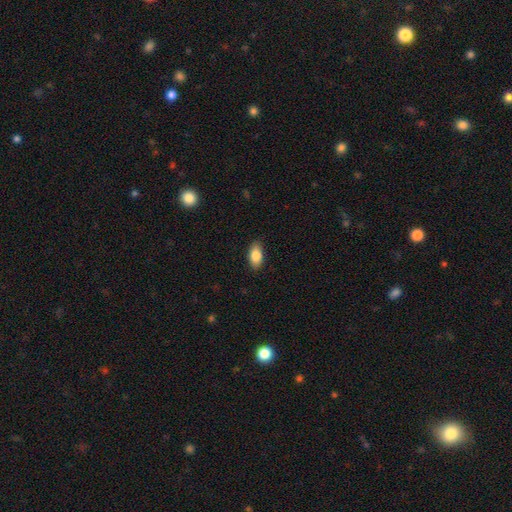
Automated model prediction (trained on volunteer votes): Smooth or featured? Predicted: smooth (p=0.85). How rounded? Predicted: in between (p=0.91). Merging? Predicted: none (p=0.88).